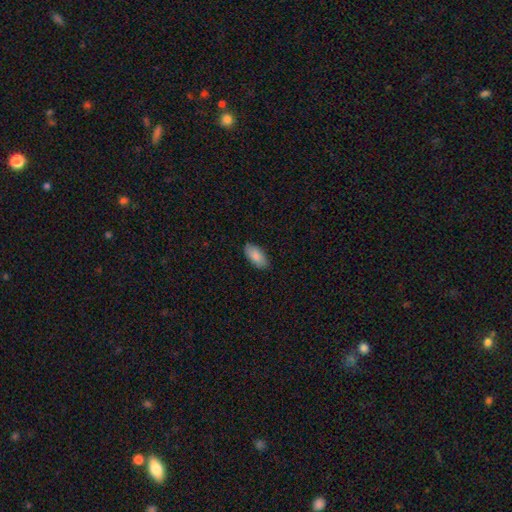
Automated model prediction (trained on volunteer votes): Overall: smooth (87%). How rounded: in between (92%). Merging: none (87%).